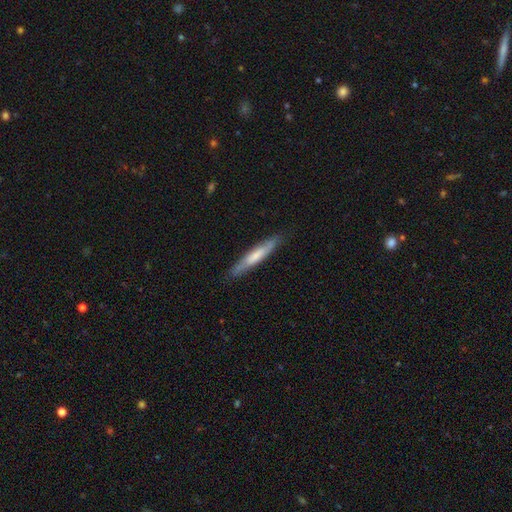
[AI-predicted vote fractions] A smooth galaxy with no disk features (58%) that is cigar-shaped (91%).

Vote fractions:
- Smooth or featured? smooth: 58% / featured or disk: 37% / star or artifact: 5%
- How rounded? cigar-shaped: 91% / in between: 7% / round: 1%
- Merging? none: 85% / minor disturbance: 12% / major disturbance: 2% / merger: 1%